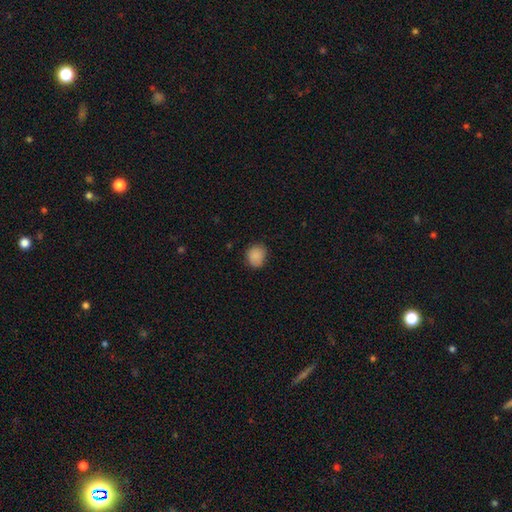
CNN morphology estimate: This appears to be a smooth galaxy with no disk features (87%) that is round (70%). Merging: none (77%).